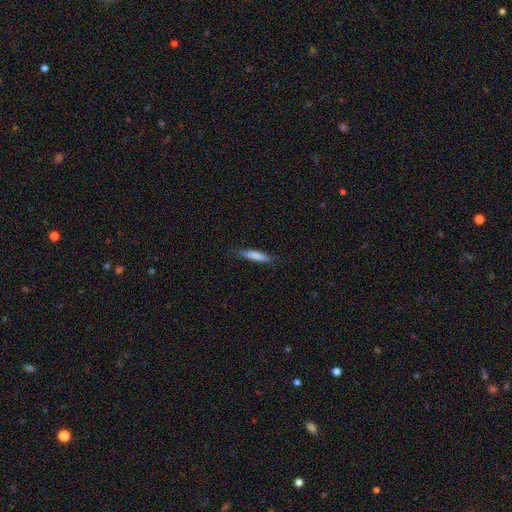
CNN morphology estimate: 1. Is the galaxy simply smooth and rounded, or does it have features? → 79% smooth, 15% featured or disk, 6% star or artifact.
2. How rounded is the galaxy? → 87% cigar-shaped, 12% in between, 1% round.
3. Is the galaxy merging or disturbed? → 84% none, 13% minor disturbance, 3% major disturbance, 1% merger.